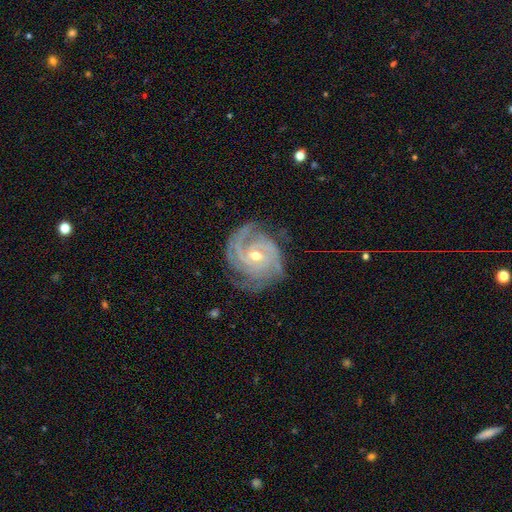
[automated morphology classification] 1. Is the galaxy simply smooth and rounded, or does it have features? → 91% featured or disk, 5% star or artifact, 4% smooth.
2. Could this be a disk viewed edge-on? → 97% no, 3% yes.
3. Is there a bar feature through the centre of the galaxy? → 57% no, 33% weak, 11% strong.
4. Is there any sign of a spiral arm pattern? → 98% yes, 2% no.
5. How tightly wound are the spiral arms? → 75% tight, 21% medium, 3% loose.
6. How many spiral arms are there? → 34% 3, 21% 4, 18% can't tell, 14% 2, 7% more than 4, 7% 1.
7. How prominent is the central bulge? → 55% moderate, 43% small, 1% large, 1% none, 1% dominant.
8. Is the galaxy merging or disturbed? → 75% none, 18% minor disturbance, 6% major disturbance, 1% merger.